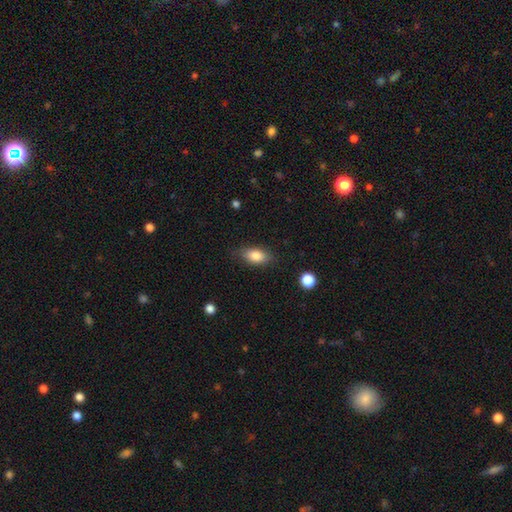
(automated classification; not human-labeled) A smooth galaxy with no disk features (83%) that is in between round and cigar-shaped (86%).

Vote fractions:
- Smooth or featured? smooth: 83% / featured or disk: 9% / star or artifact: 8%
- How rounded? in between: 86% / cigar-shaped: 7% / round: 6%
- Merging? none: 80% / minor disturbance: 15% / major disturbance: 4% / merger: 1%